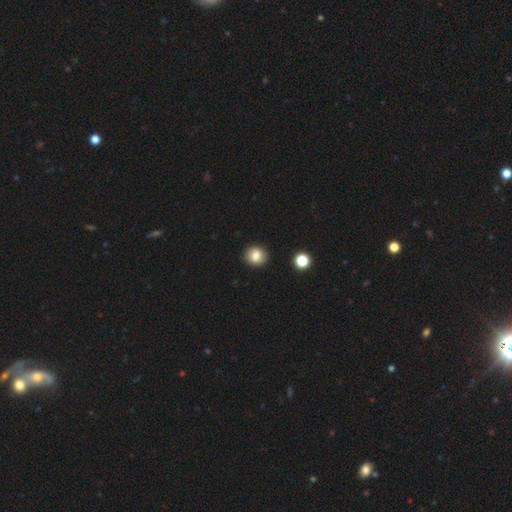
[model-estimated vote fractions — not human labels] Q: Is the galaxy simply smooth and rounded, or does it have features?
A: smooth — 82%.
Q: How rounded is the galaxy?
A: round — 77%.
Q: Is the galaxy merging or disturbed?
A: none — 90%.